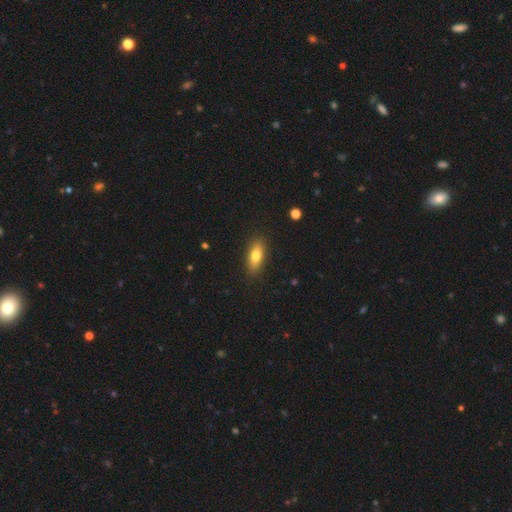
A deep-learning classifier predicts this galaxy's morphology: A smooth galaxy with no disk features (76%) that is in between round and cigar-shaped (76%). Merging: none (87%).